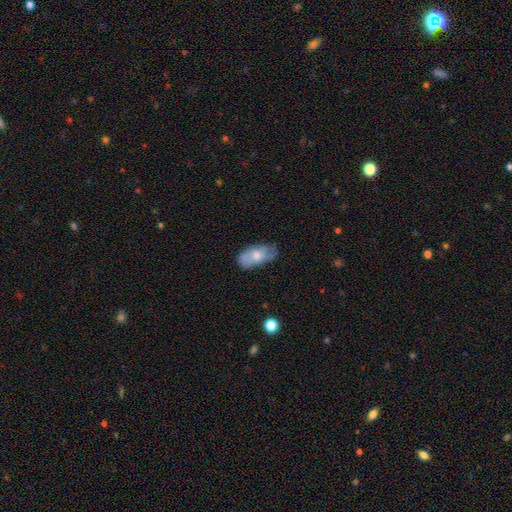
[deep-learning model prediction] This is possibly a smooth galaxy (60%). How rounded: clearly in between (91%). Merging: possibly none (57%).